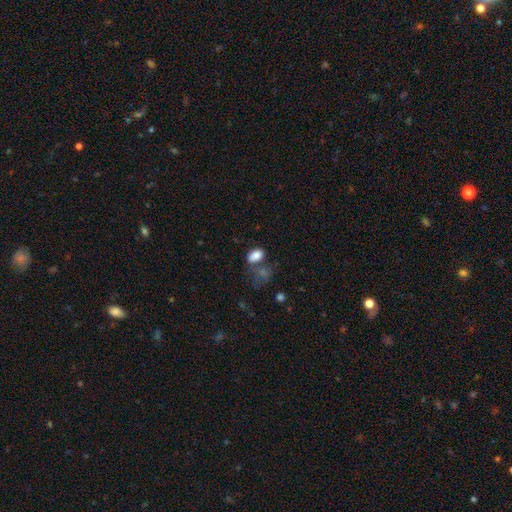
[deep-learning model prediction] smooth 84%, star or artifact 9%, featured or disk 6%. Down the decision tree: how rounded — in between (90%); merging — none (55%).